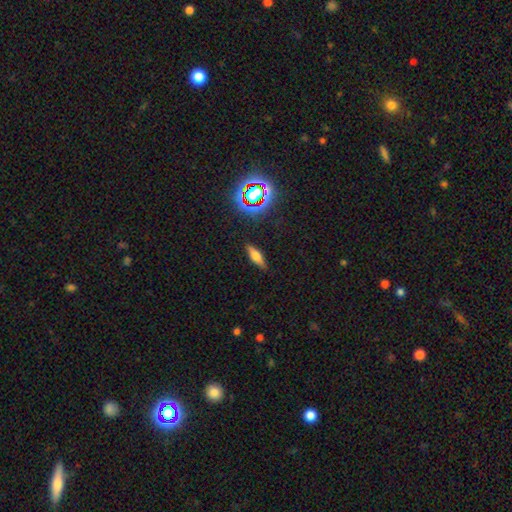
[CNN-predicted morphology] smooth-or-featured: smooth: 55% | featured or disk: 32% | star or artifact: 14%
  how-rounded: cigar-shaped: 51% | in between: 45% | round: 4%
  merging: none: 86% | minor disturbance: 10% | major disturbance: 2% | merger: 1%